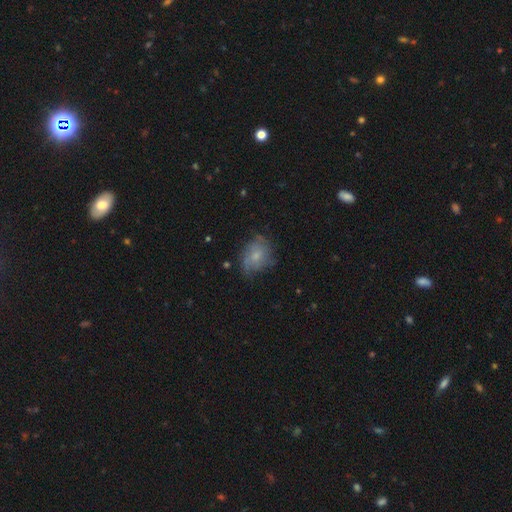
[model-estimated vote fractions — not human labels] Q: Smooth or featured?
A: smooth (55%); runner-up: featured or disk (35%)
Q: How rounded?
A: in between (60%); runner-up: round (39%)
Q: Merging?
A: none (57%); runner-up: minor disturbance (29%)